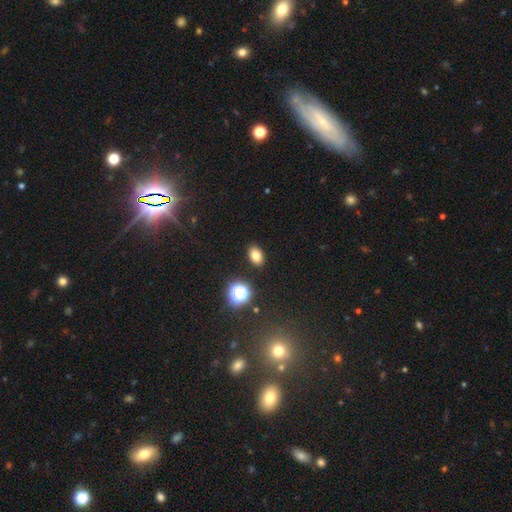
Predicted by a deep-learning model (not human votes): A smooth galaxy with no disk features (78%) that is in between round and cigar-shaped (81%).

Vote fractions:
- Smooth or featured? smooth: 78% / star or artifact: 15% / featured or disk: 7%
- How rounded? in between: 81% / round: 18% / cigar-shaped: 1%
- Merging? none: 88% / minor disturbance: 7% / major disturbance: 2% / merger: 2%